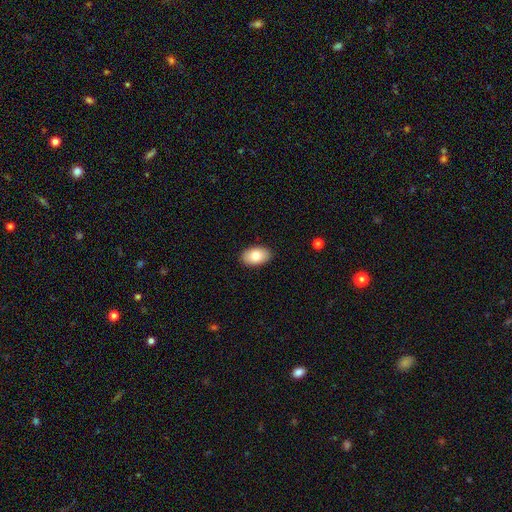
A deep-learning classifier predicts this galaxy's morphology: This appears to be a smooth galaxy with no disk features (83%) that is in between round and cigar-shaped (93%). Merging: none (90%).